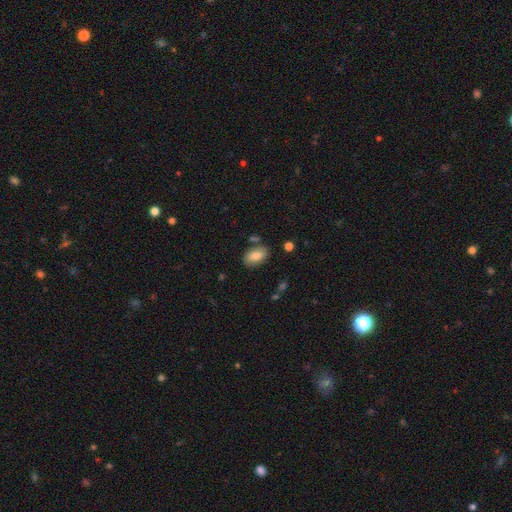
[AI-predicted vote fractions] smooth-or-featured: smooth: 80% | featured or disk: 12% | star or artifact: 8%
  how-rounded: in between: 92% | round: 6% | cigar-shaped: 2%
  merging: none: 79% | minor disturbance: 13% | merger: 5% | major disturbance: 3%